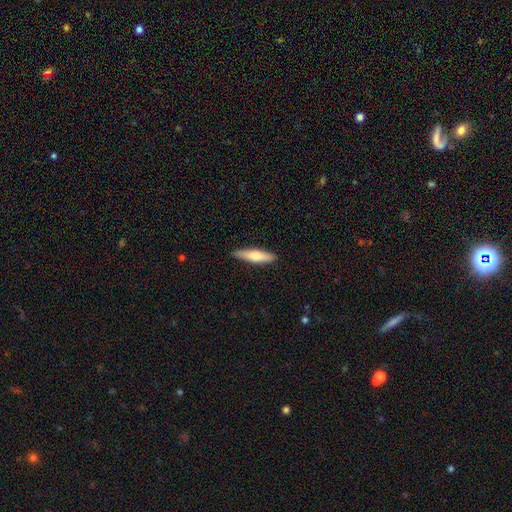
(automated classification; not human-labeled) smooth_or_featured: smooth (p=0.62) [alt: featured or disk p=0.33]
how_rounded: cigar-shaped (p=0.76) [alt: in between p=0.22]
merging: none (p=0.89) [alt: minor disturbance p=0.08]